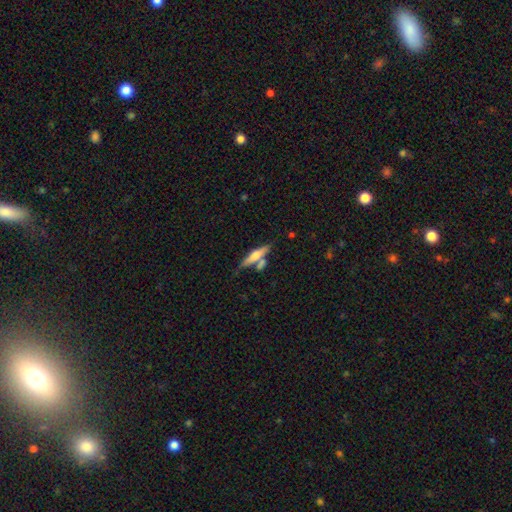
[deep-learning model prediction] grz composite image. It shows a smooth galaxy with no disk features (47%, tied with featured or disk). Merging: none (58%).